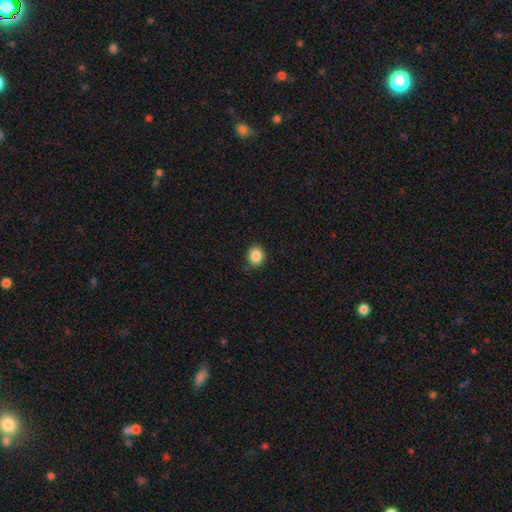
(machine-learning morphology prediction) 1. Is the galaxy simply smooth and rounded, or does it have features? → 87% smooth, 9% star or artifact, 4% featured or disk.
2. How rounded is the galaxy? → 69% round, 30% in between, 1% cigar-shaped.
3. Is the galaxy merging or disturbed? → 87% none, 10% minor disturbance, 2% major disturbance, 1% merger.